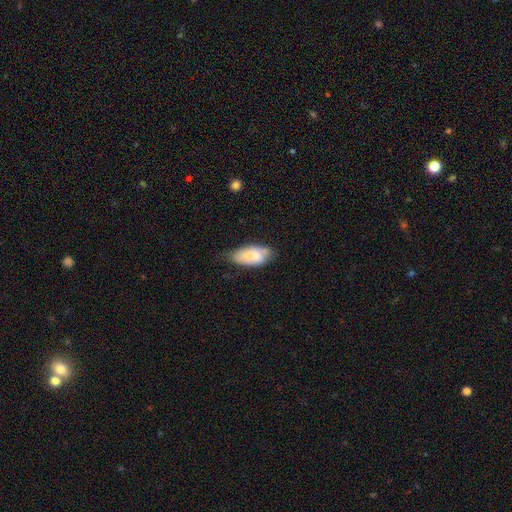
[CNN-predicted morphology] Smooth or featured? Predicted: smooth (p=0.71). How rounded? Predicted: in between (p=0.89). Merging? Predicted: none (p=0.54).